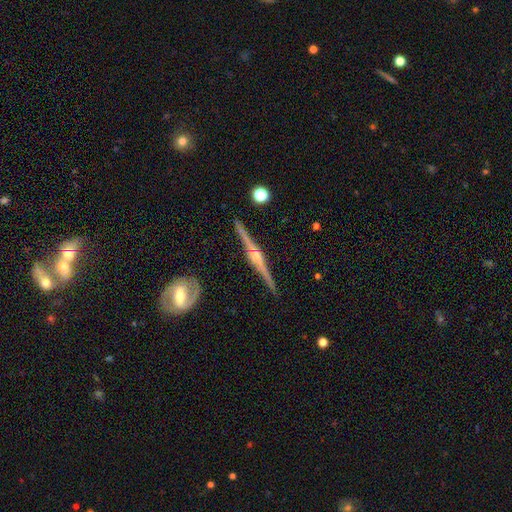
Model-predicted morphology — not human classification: Smooth or featured? featured or disk (90%)
Edge-on disk? yes (98%)
Edge-on bulge? rounded (89%)
Merging? none (90%)